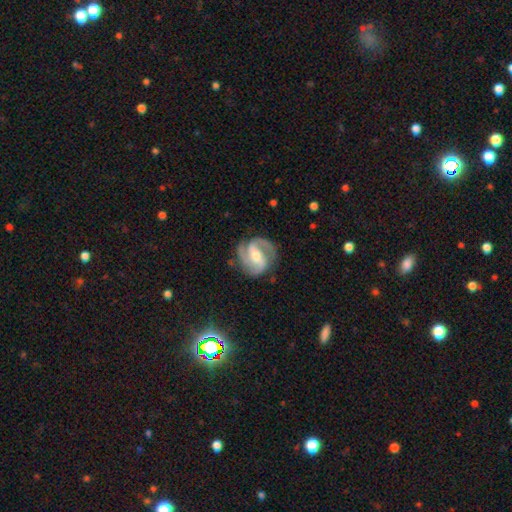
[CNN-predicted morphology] This is clearly a featured or disk galaxy (90%). It is clearly not viewed edge-on (98%). Bar: marginally weak (42%). Spiral arm pattern: clearly yes (98%). Spiral arm count: marginally 2 (45%). Spiral winding: possibly medium (50%). Central bulge: possibly moderate (55%). Merging: likely none (76%).